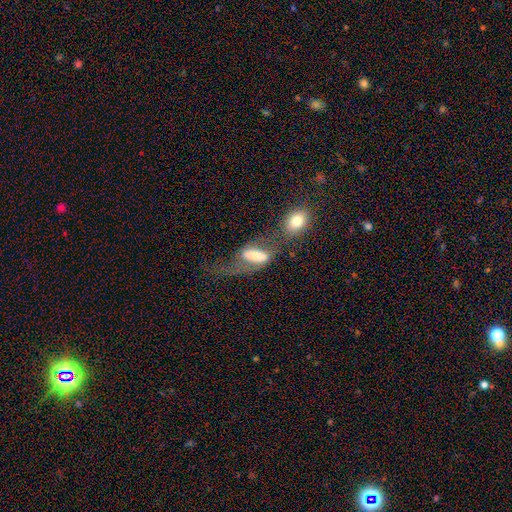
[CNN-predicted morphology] smooth-or-featured: smooth: 48% | featured or disk: 44% | star or artifact: 9%
  merging: merger: 43% | major disturbance: 32% | none: 15% | minor disturbance: 10%